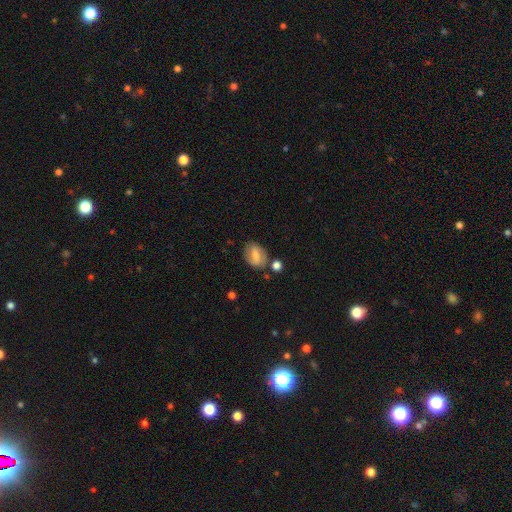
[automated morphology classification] type=smooth (60%); roundness=in between (76%); merging=none (67%).